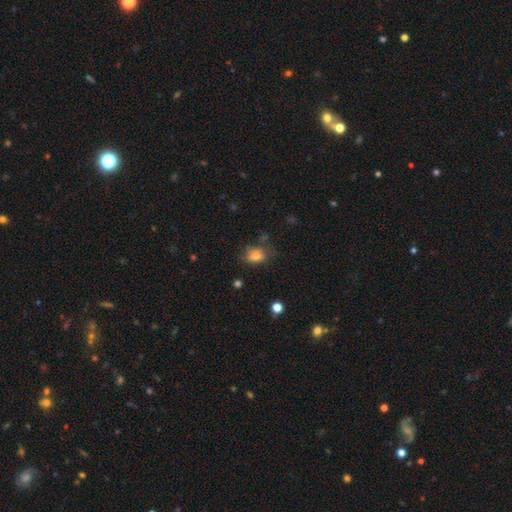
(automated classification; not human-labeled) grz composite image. It shows a smooth galaxy with no disk features (79%) that is in between round and cigar-shaped (72%). Merging: none (66%).